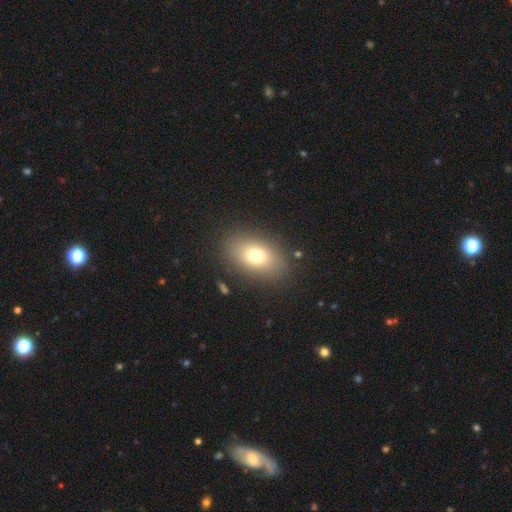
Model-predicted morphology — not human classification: smooth_or_featured: smooth (p=0.74) [alt: featured or disk p=0.15]
how_rounded: in between (p=0.83) [alt: round p=0.16]
merging: none (p=0.85) [alt: minor disturbance p=0.09]